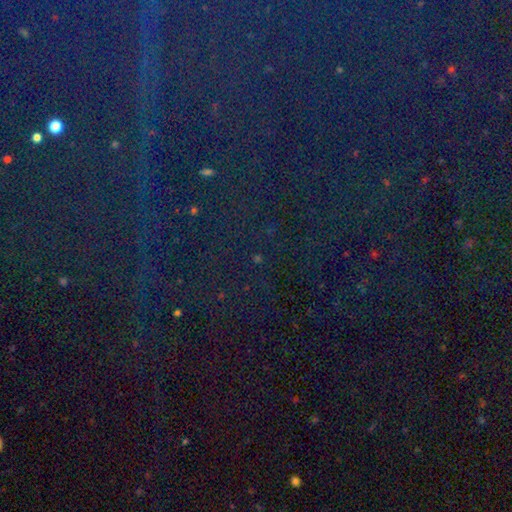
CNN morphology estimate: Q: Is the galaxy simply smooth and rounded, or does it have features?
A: star or artifact — 85%.